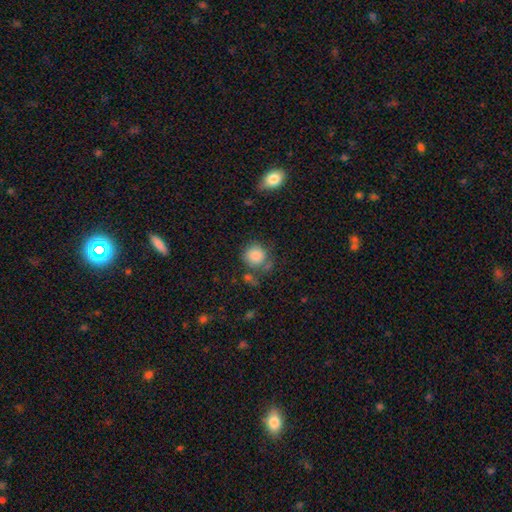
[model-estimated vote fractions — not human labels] Smooth or featured?
  - smooth: 85% *
  - star or artifact: 9%
  - featured or disk: 6%
How rounded?
  - round: 87% *
  - in between: 12%
  - cigar-shaped: 1%
Merging?
  - none: 63% *
  - minor disturbance: 19%
  - merger: 9%
  - major disturbance: 9%